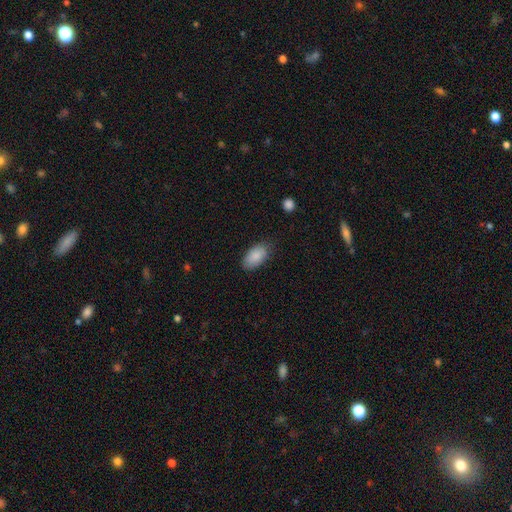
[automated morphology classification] Q: Smooth or featured?
A: smooth (88%); runner-up: star or artifact (6%)
Q: How rounded?
A: in between (94%); runner-up: round (3%)
Q: Merging?
A: none (79%); runner-up: minor disturbance (16%)